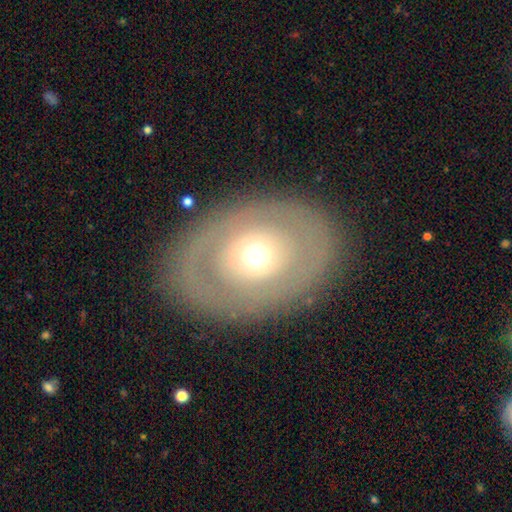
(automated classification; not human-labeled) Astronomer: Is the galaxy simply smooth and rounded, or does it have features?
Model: featured or disk — 52% (runner-up: smooth, 41%).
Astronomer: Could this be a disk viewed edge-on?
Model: no — 91%.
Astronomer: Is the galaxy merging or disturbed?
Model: none — 85%.